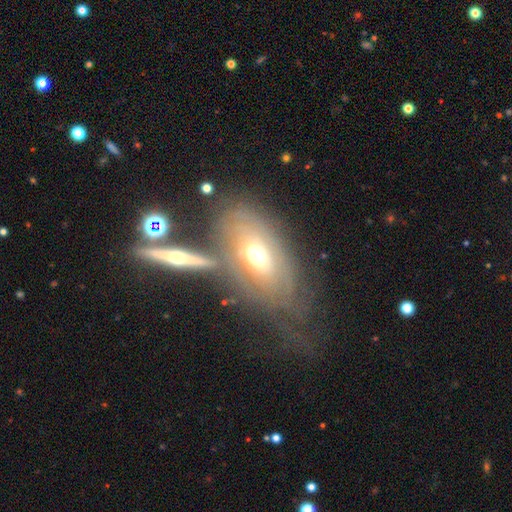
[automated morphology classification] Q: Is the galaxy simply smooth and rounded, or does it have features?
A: featured or disk — 56%.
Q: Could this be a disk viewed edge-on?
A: no — 81%.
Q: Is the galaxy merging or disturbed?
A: none — 39%.